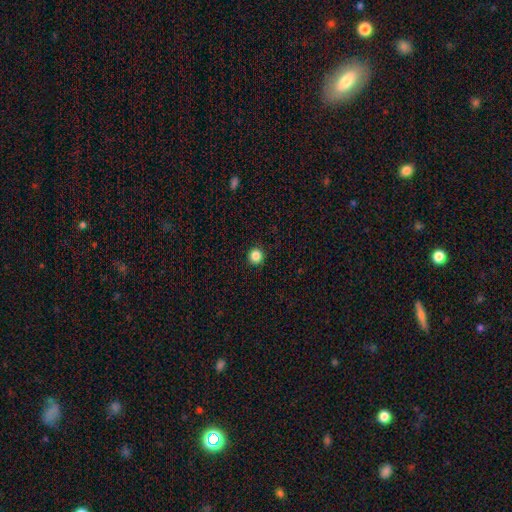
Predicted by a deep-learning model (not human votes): Smooth or featured? Predicted: smooth (p=0.86). How rounded? Predicted: round (p=0.93). Merging? Predicted: none (p=0.93).